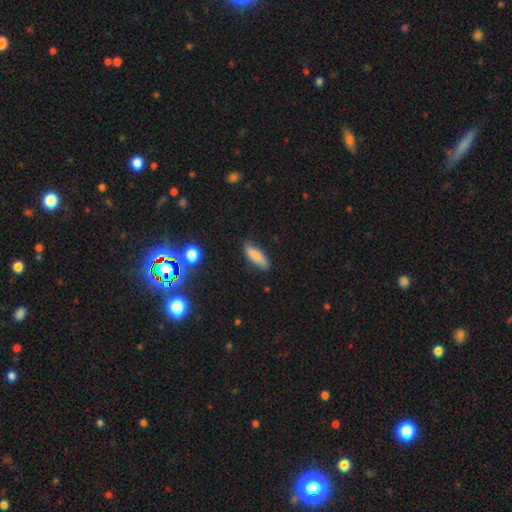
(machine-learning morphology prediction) Smooth or featured?
  - smooth: 79% *
  - featured or disk: 13%
  - star or artifact: 8%
How rounded?
  - in between: 51% *
  - cigar-shaped: 47%
  - round: 2%
Merging?
  - none: 78% *
  - minor disturbance: 17%
  - major disturbance: 3%
  - merger: 2%